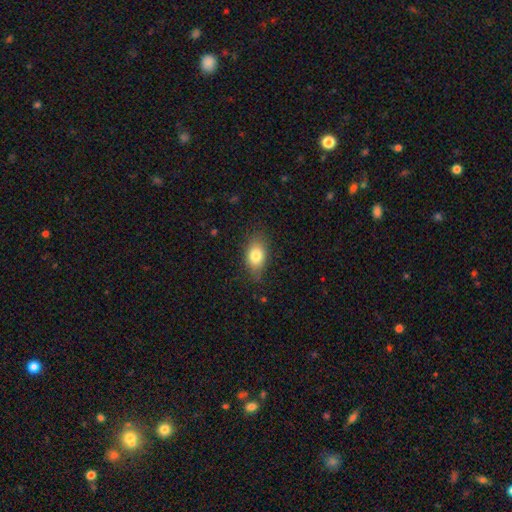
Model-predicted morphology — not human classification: type=smooth (80%); roundness=in between (83%); merging=none (77%).